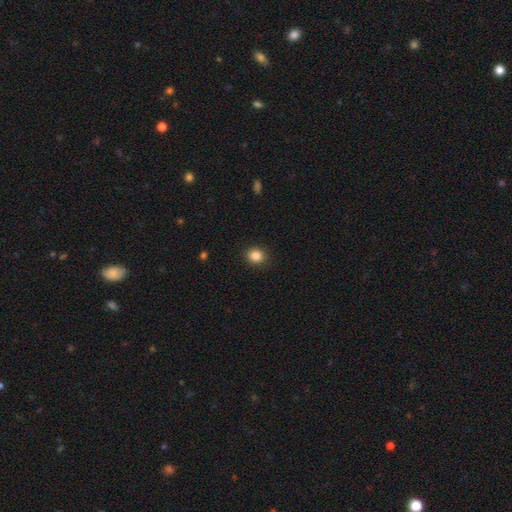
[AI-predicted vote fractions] Smooth or featured? Predicted: smooth (p=0.86). How rounded? Predicted: round (p=0.72). Merging? Predicted: none (p=0.90).